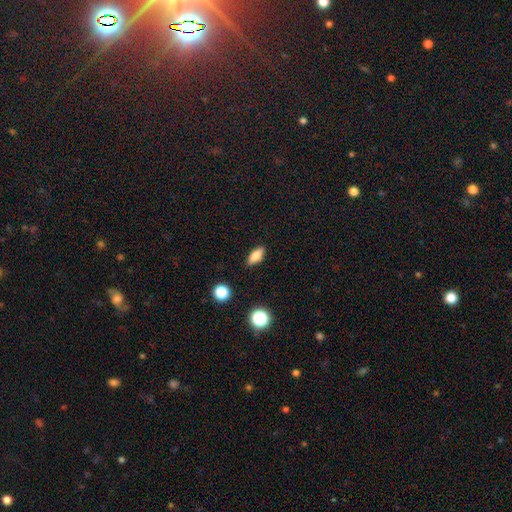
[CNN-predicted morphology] The model was most divided on "how rounded": in between: 71%, cigar-shaped: 24%, round: 5%. More confident: merging — none (88%); smooth or featured — smooth (78%).